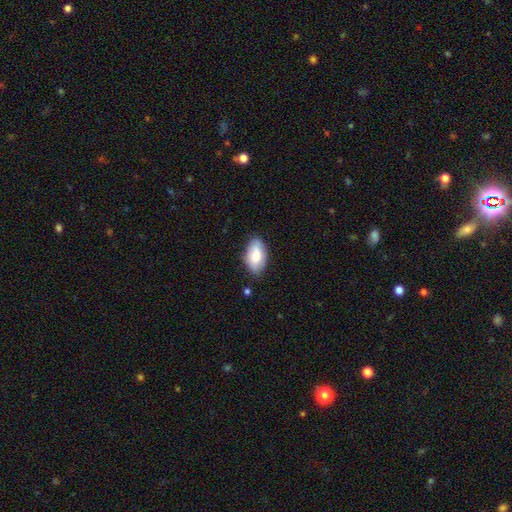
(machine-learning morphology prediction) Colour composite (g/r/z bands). It shows a smooth galaxy with no disk features (78%) that is in between round and cigar-shaped (94%). Merging: none (76%).